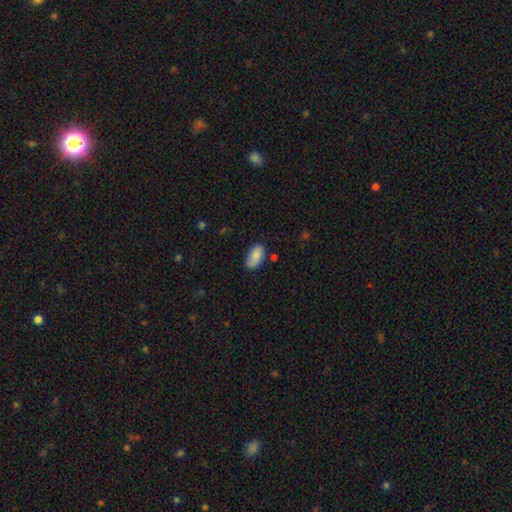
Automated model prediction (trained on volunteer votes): Smooth or featured: smooth — 83% (featured or disk — 10%)
How rounded: in between — 94% (round — 4%)
Merging: none — 69% (minor disturbance — 23%)